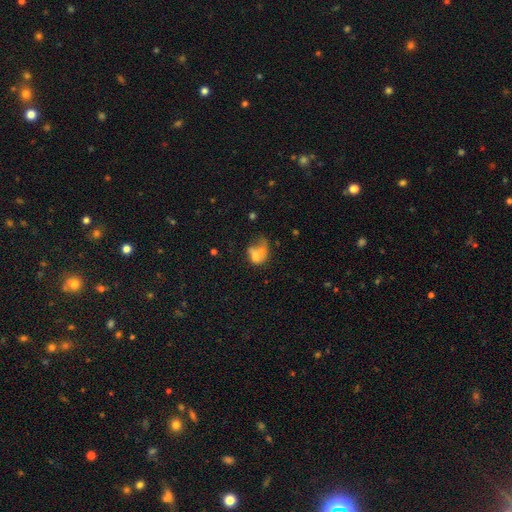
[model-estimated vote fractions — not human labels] This is possibly a smooth galaxy (56%). How rounded: likely in between (67%). Merging: possibly merger (50%).